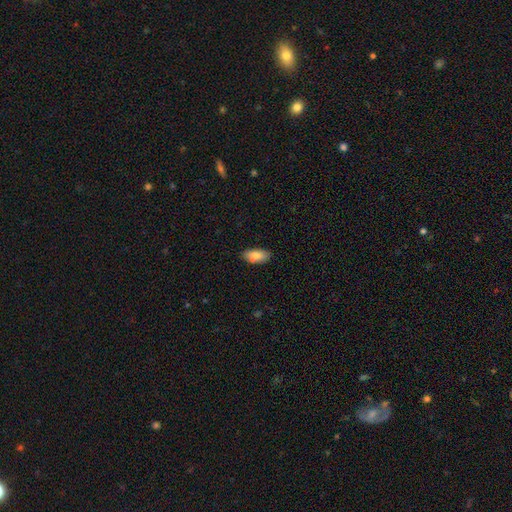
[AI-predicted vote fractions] This is clearly a smooth galaxy (81%). How rounded: clearly in between (89%). Merging: likely none (76%).